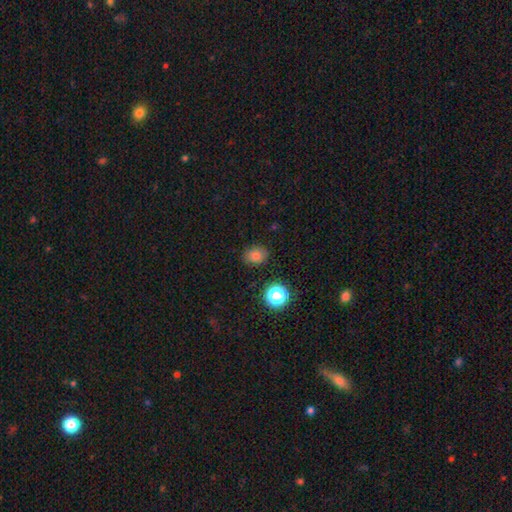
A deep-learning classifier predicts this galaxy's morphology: type=smooth (78%); roundness=in between (53%); merging=none (85%).